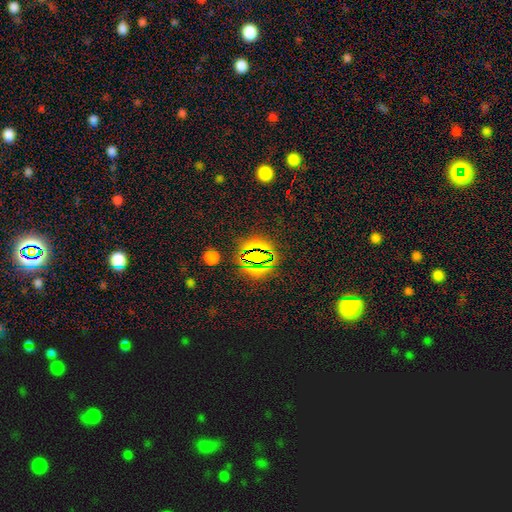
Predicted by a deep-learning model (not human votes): This is likely a star or artifact rather than a galaxy (72%).